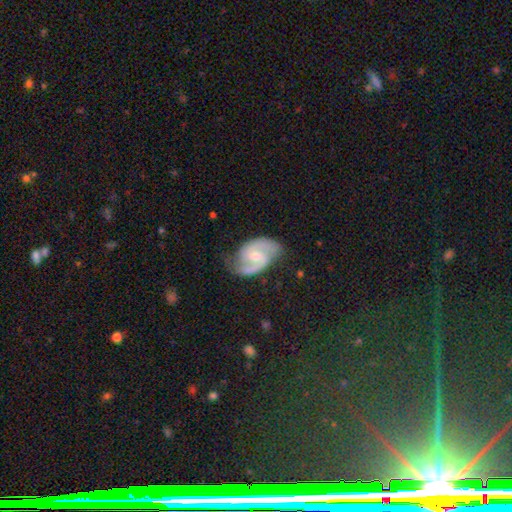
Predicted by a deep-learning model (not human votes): featured or disk 89%, smooth 6%, star or artifact 5%. Down the decision tree: edge-on disk — no (98%); bar — weak (45%); spiral arms — yes (97%); spiral arm count — 2 (92%); spiral winding — medium (55%); bulge size — small (49%); merging — none (75%).